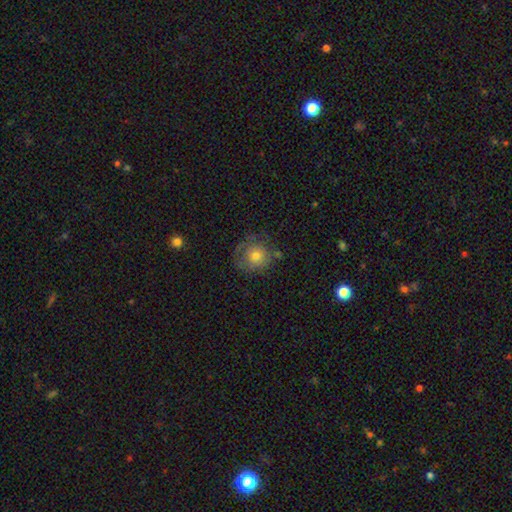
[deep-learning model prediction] This is likely a smooth galaxy (62%). How rounded: clearly round (86%). Merging: possibly none (59%).